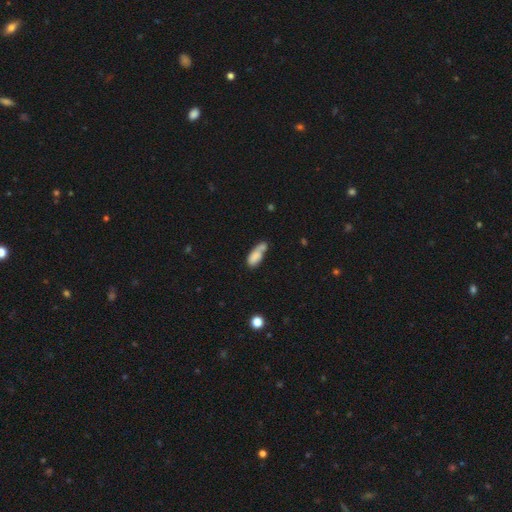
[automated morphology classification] smooth 76%, featured or disk 16%, star or artifact 8%. Down the decision tree: how rounded — in between (78%); merging — merger (37%).